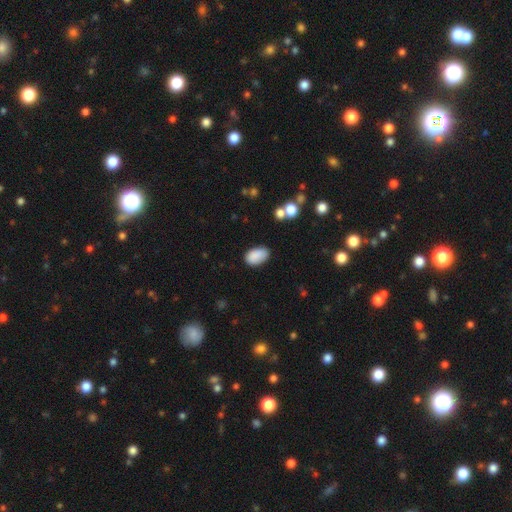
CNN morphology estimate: The model was most divided on "merging": none: 77%, minor disturbance: 17%, major disturbance: 4%, merger: 2%. More confident: how rounded — in between (93%); smooth or featured — smooth (88%).